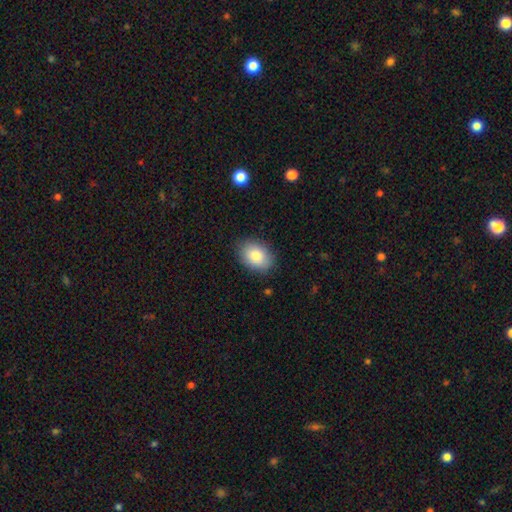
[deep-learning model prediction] A smooth galaxy with no disk features (84%) that is in between round and cigar-shaped (78%). Merging: none (86%).